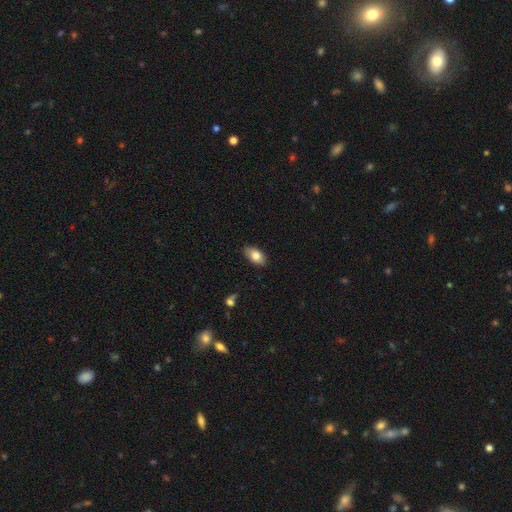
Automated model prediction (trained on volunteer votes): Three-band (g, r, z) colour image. It shows a smooth galaxy with no disk features (82%) that is in between round and cigar-shaped (92%). Merging: none (83%).